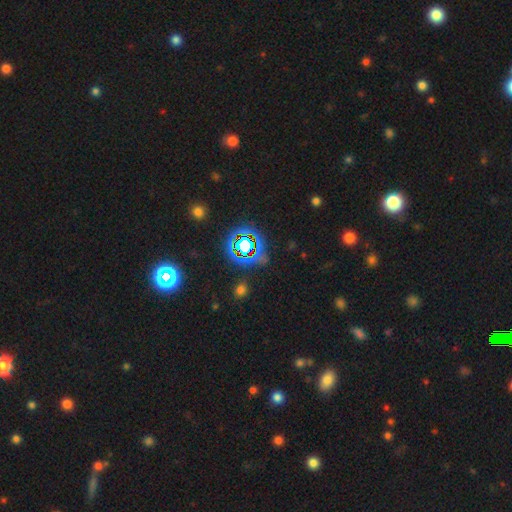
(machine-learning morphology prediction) The model was most divided on "smooth or featured": star or artifact: 71%, smooth: 17%, featured or disk: 12%.